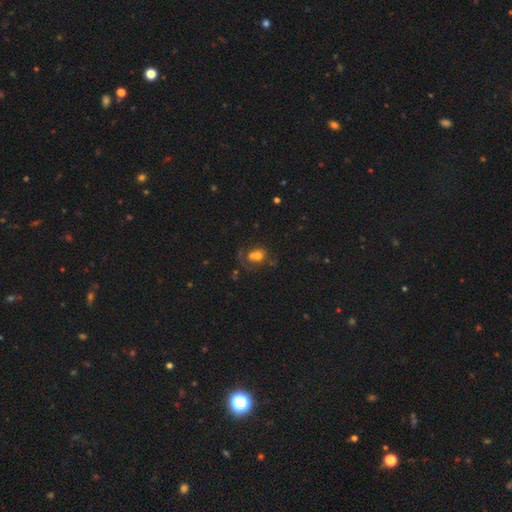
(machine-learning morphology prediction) Smooth or featured? smooth (55%)
How rounded? in between (50%)
Merging? merger (42%)